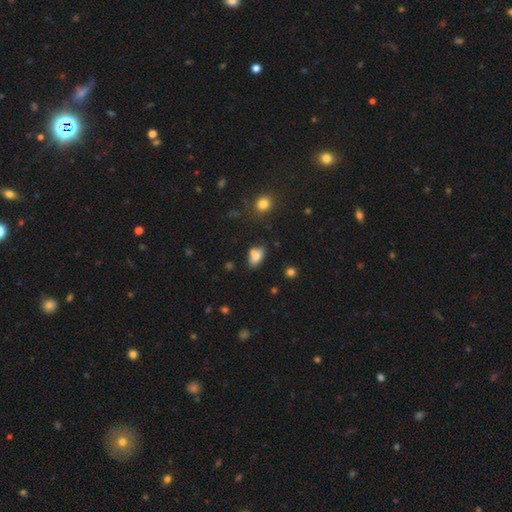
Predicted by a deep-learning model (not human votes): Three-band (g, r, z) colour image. It shows a smooth galaxy with no disk features (76%) that is in between round and cigar-shaped (84%). Merging: none (49%).